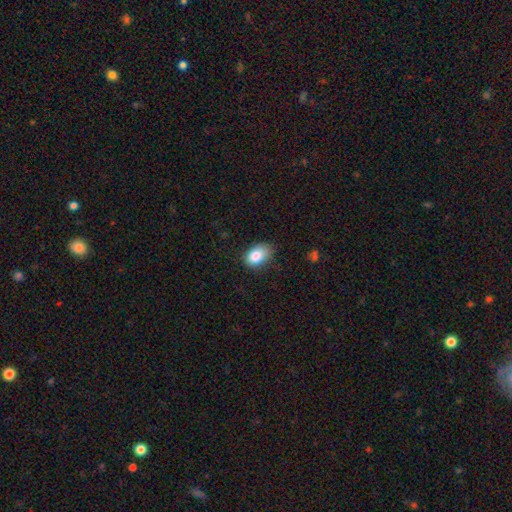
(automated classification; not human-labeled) This appears to be a smooth galaxy with no disk features (84%) that is in between round and cigar-shaped (85%). Merging: none (66%).